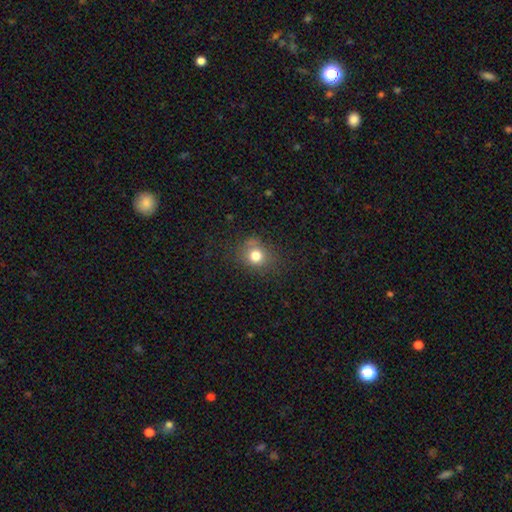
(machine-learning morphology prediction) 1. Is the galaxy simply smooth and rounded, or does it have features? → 77% smooth, 14% star or artifact, 10% featured or disk.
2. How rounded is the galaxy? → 75% round, 24% in between, 1% cigar-shaped.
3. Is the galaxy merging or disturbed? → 71% none, 18% minor disturbance, 8% major disturbance, 3% merger.